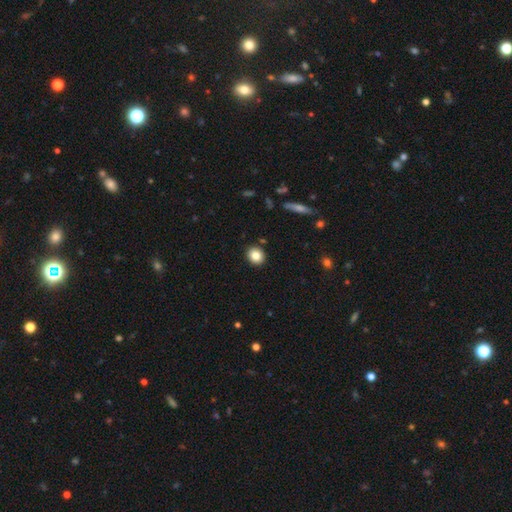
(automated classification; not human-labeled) smooth_or_featured: smooth (p=0.83) [alt: star or artifact p=0.09]
how_rounded: round (p=0.80) [alt: in between p=0.19]
merging: none (p=0.90) [alt: minor disturbance p=0.06]